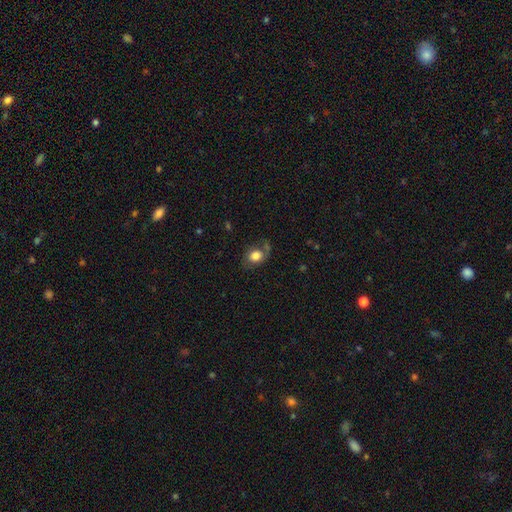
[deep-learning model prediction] A smooth galaxy with no disk features (67%) that is in between round and cigar-shaped (53%). Merging: none (54%).